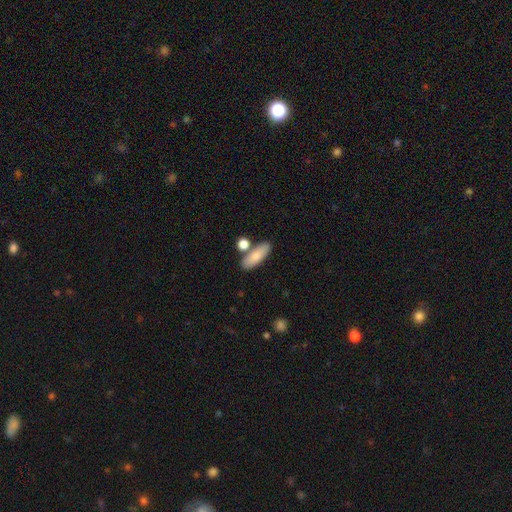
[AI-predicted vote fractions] A smooth galaxy with no disk features (80%) that is in between round and cigar-shaped (65%).

Vote fractions:
- Smooth or featured? smooth: 80% / featured or disk: 13% / star or artifact: 6%
- How rounded? in between: 65% / cigar-shaped: 30% / round: 4%
- Merging? none: 71% / merger: 15% / minor disturbance: 11% / major disturbance: 3%